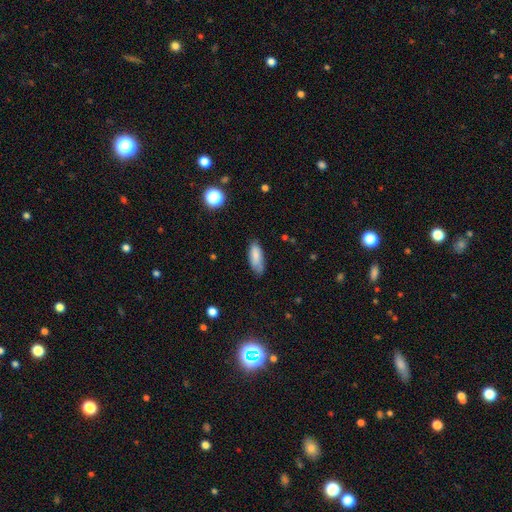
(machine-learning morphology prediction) The model was most divided on "merging": none: 64%, minor disturbance: 27%, major disturbance: 6%, merger: 2%. More confident: smooth or featured — smooth (79%); how rounded — in between (76%).